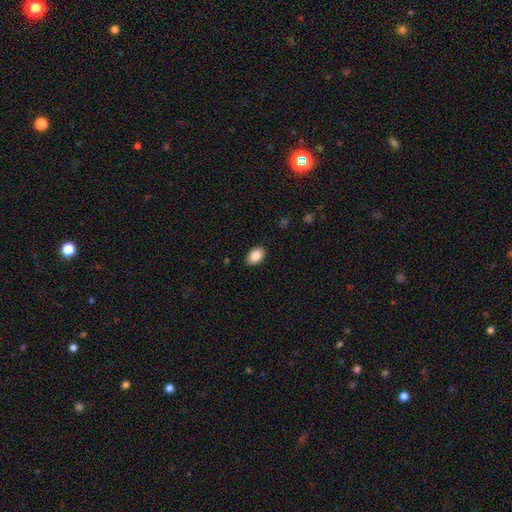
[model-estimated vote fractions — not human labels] This is clearly a smooth galaxy (89%). How rounded: clearly in between (88%). Merging: clearly none (87%).